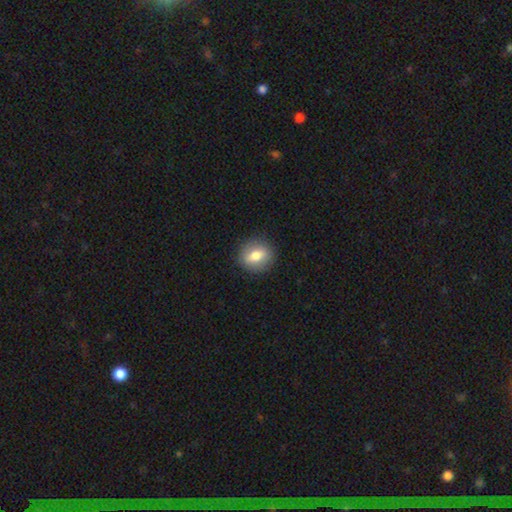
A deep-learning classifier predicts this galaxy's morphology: Overall: smooth (72%). How rounded: round (68%; in between 30%). Merging: none (89%).